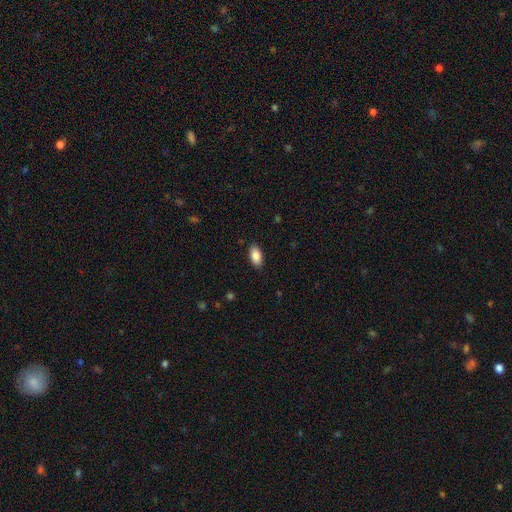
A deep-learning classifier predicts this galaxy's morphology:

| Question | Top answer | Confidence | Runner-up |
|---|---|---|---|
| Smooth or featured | smooth | 87% | star or artifact (7%) |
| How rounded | in between | 93% | cigar-shaped (4%) |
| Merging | none | 89% | minor disturbance (8%) |